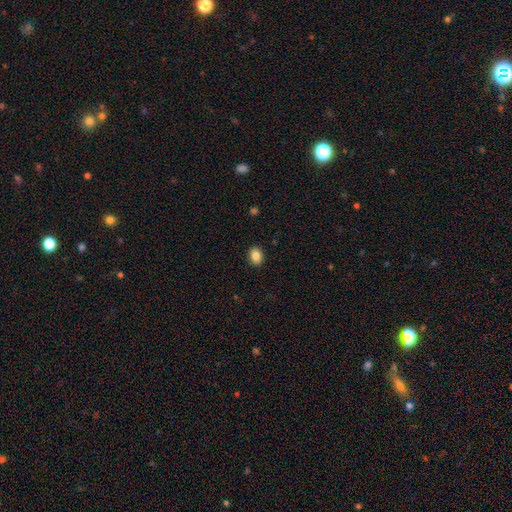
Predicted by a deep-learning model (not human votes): smooth_or_featured: smooth (p=0.86) [alt: star or artifact p=0.09]
how_rounded: in between (p=0.59) [alt: round p=0.40]
merging: none (p=0.90) [alt: minor disturbance p=0.07]